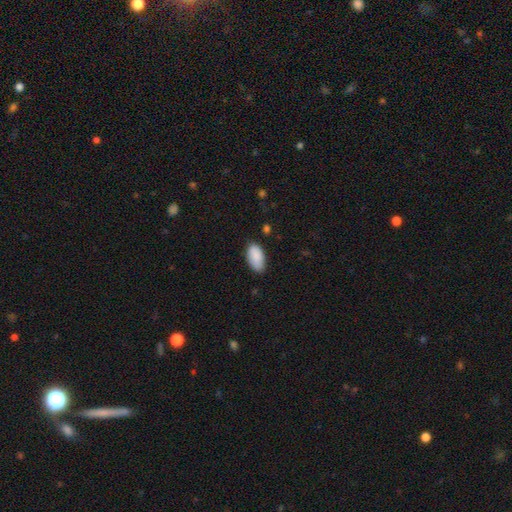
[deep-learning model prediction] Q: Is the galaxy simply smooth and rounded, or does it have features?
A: smooth — 89%.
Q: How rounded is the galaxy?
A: in between — 95%.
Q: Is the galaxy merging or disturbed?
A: none — 75%.